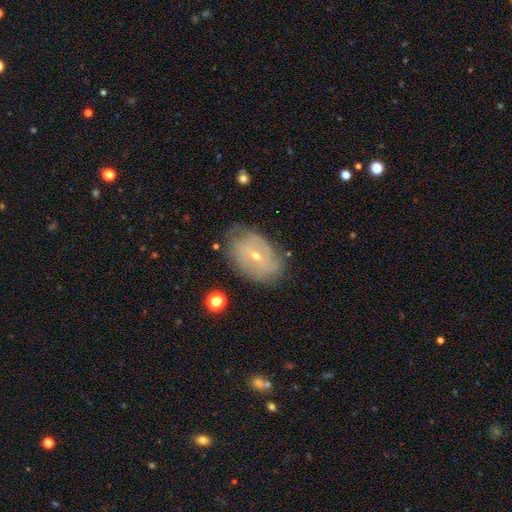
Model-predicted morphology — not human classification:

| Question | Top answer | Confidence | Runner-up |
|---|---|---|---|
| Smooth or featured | featured or disk | 66% | smooth (26%) |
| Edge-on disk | no | 94% | yes (6%) |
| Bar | no | 57% | weak (34%) |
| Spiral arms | yes | 73% | no (27%) |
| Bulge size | small | 70% | moderate (27%) |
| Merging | none | 69% | minor disturbance (23%) |